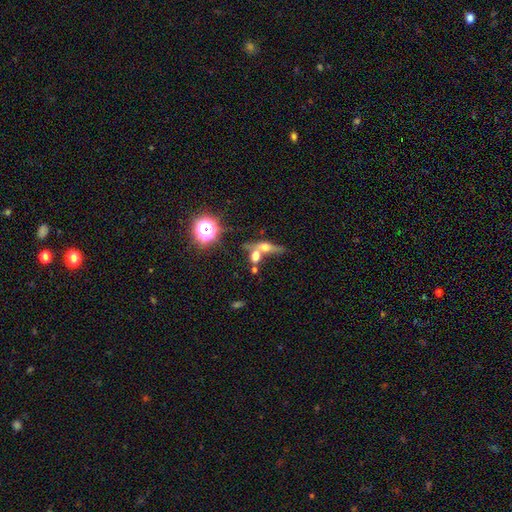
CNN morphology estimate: Smooth or featured: smooth — 50% (featured or disk — 31%)
How rounded: in between — 42% (round — 35%)
Merging: merger — 51% (none — 31%)